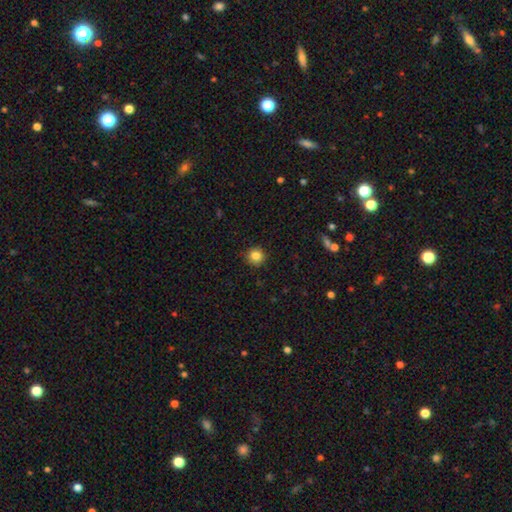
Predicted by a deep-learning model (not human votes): Smooth or featured: smooth — 84% (star or artifact — 11%)
How rounded: round — 94% (in between — 5%)
Merging: none — 91% (minor disturbance — 7%)